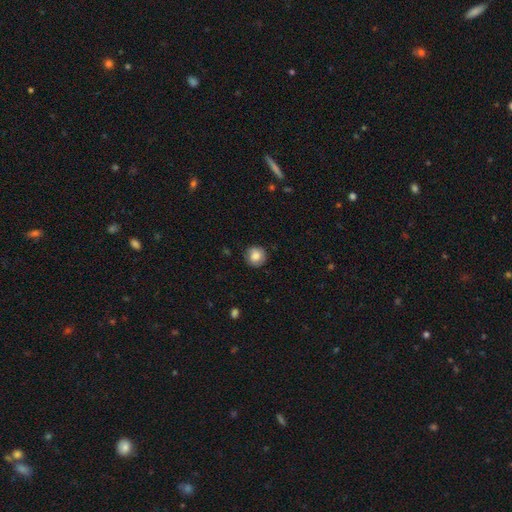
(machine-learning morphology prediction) This appears to be a smooth galaxy with no disk features (80%) that is round (90%). Merging: none (82%).